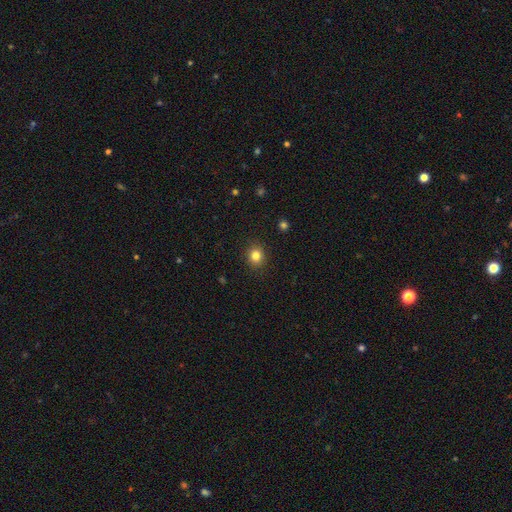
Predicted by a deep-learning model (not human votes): This is clearly a smooth galaxy (83%). How rounded: likely round (80%). Merging: clearly none (90%).